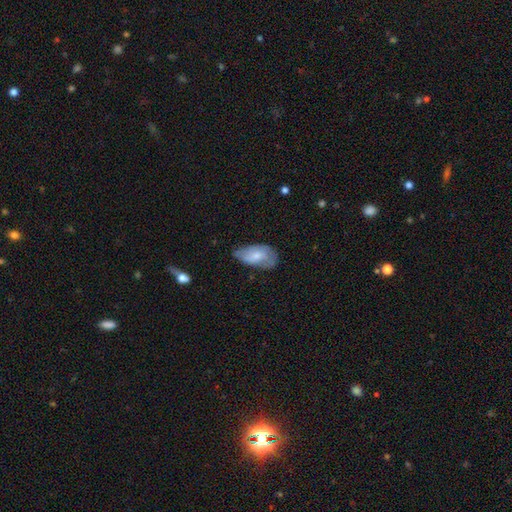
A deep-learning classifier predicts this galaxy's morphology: type=smooth (61%); roundness=in between (93%); merging=none (45%).